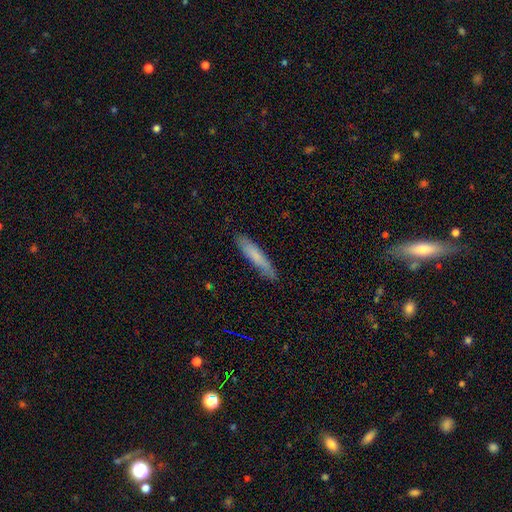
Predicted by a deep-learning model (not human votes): Smooth or featured?
  - smooth: 70% *
  - featured or disk: 24%
  - star or artifact: 6%
How rounded?
  - cigar-shaped: 88% *
  - in between: 11%
  - round: 1%
Merging?
  - none: 82% *
  - minor disturbance: 14%
  - major disturbance: 3%
  - merger: 1%